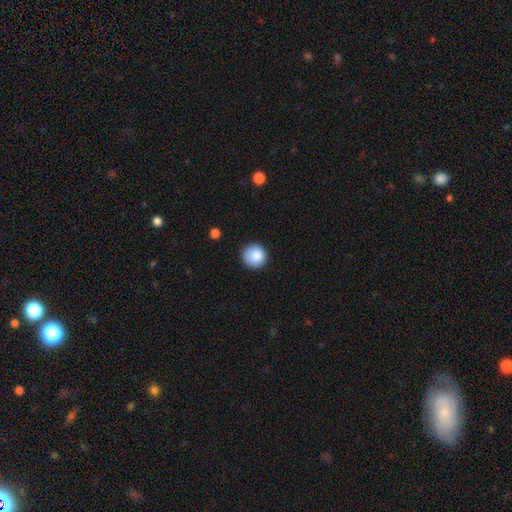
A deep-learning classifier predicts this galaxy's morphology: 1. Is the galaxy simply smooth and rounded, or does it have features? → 87% smooth, 9% star or artifact, 4% featured or disk.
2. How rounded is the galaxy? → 95% round, 4% in between, 1% cigar-shaped.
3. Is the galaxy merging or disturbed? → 87% none, 9% minor disturbance, 2% major disturbance, 1% merger.